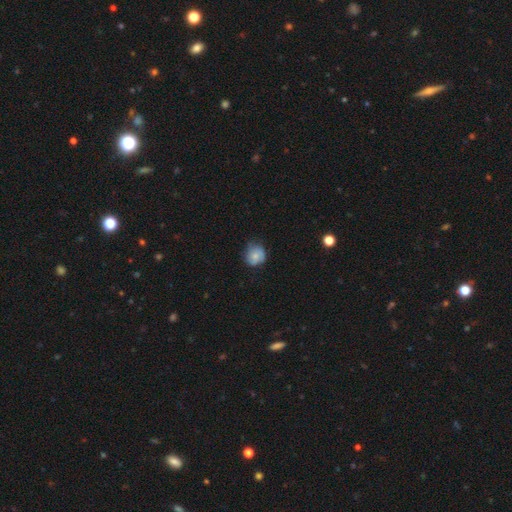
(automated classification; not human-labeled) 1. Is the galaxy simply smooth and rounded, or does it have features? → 71% smooth, 21% featured or disk, 9% star or artifact.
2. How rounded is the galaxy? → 77% round, 22% in between, 1% cigar-shaped.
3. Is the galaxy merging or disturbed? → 57% none, 33% minor disturbance, 9% major disturbance, 2% merger.